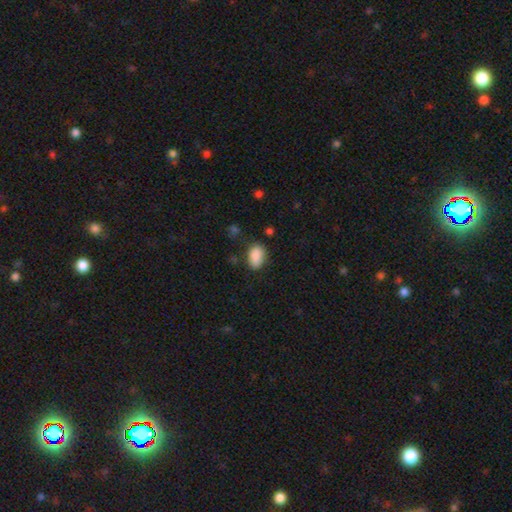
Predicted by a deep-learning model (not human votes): Smooth or featured: smooth — 88% (star or artifact — 8%)
How rounded: in between — 89% (round — 9%)
Merging: none — 75% (minor disturbance — 18%)